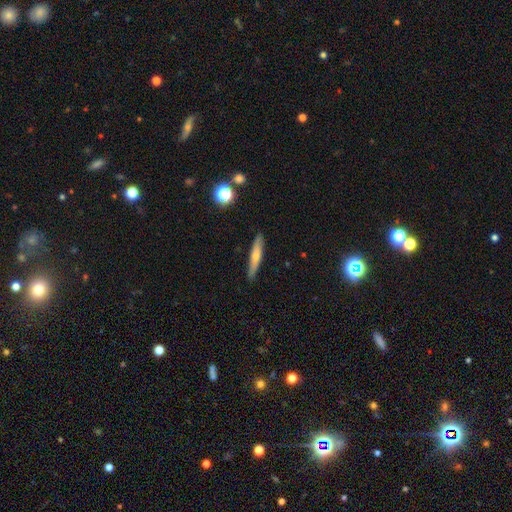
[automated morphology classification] Smooth or featured?
  - smooth: 57% *
  - featured or disk: 36%
  - star or artifact: 7%
How rounded?
  - cigar-shaped: 90% *
  - in between: 8%
  - round: 2%
Merging?
  - none: 89% *
  - minor disturbance: 8%
  - major disturbance: 2%
  - merger: 1%